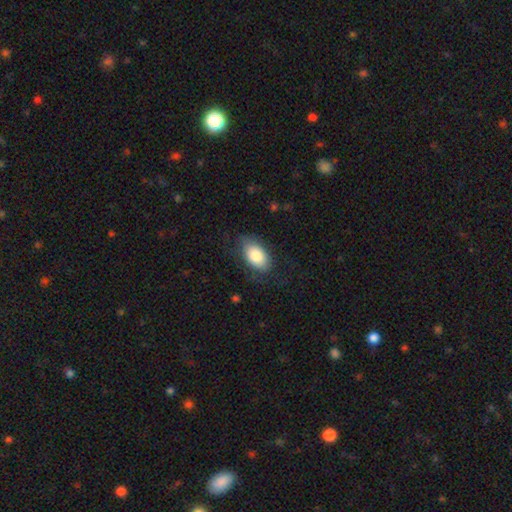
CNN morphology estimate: Smooth or featured? smooth (80%)
How rounded? in between (93%)
Merging? none (71%)